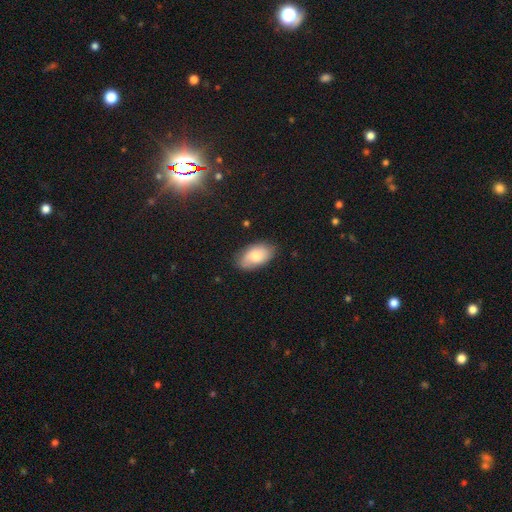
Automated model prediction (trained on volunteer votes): Q: Smooth or featured?
A: smooth (69%); runner-up: featured or disk (23%)
Q: How rounded?
A: in between (94%); runner-up: round (5%)
Q: Merging?
A: none (76%); runner-up: minor disturbance (18%)